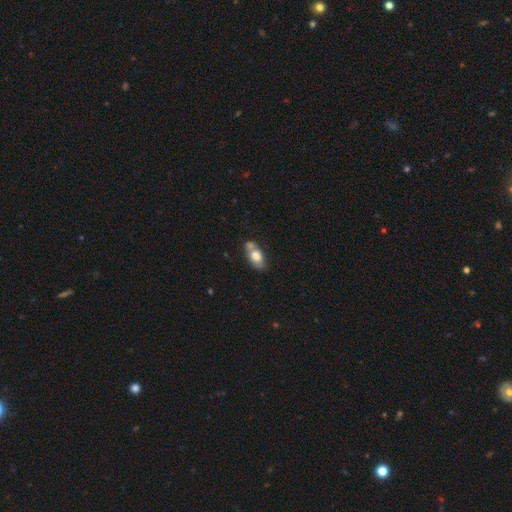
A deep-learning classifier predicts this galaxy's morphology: The model was most divided on "merging": none: 45%, merger: 30%, minor disturbance: 19%, major disturbance: 6%. More confident: how rounded — in between (86%); smooth or featured — smooth (71%).